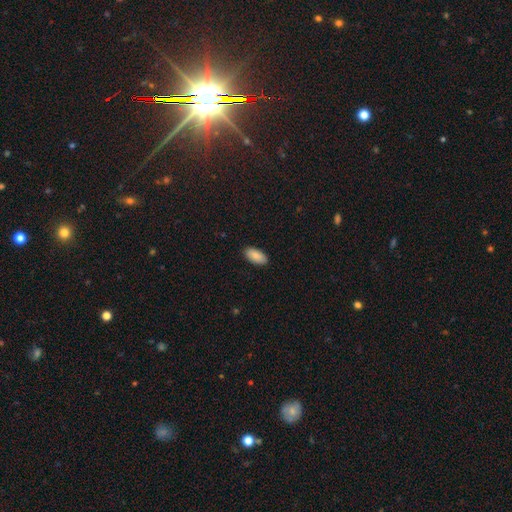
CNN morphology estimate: This is clearly a smooth galaxy (86%). How rounded: clearly in between (94%). Merging: clearly none (89%).